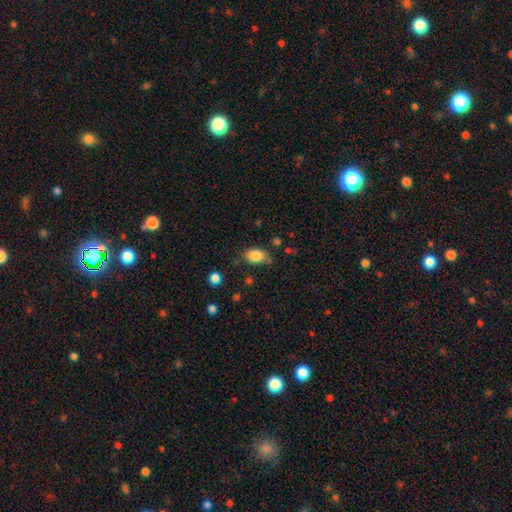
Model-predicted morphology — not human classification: Smooth or featured? smooth (85%)
How rounded? in between (83%)
Merging? none (68%)